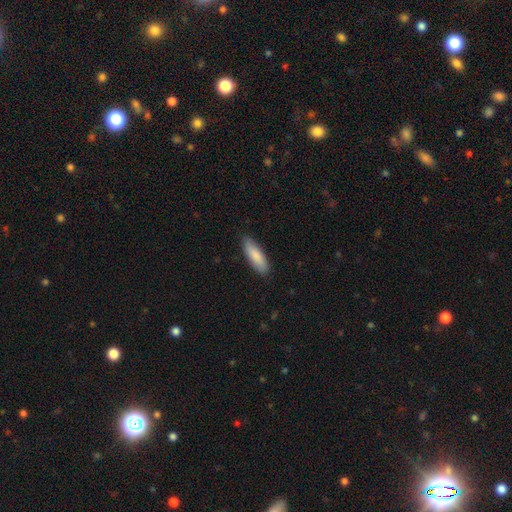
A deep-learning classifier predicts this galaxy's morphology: A smooth galaxy with no disk features (85%) that is in between round and cigar-shaped (51%).

Vote fractions:
- Smooth or featured? smooth: 85% / featured or disk: 10% / star or artifact: 5%
- How rounded? in between: 51% / cigar-shaped: 48% / round: 1%
- Merging? none: 85% / minor disturbance: 12% / major disturbance: 2% / merger: 1%